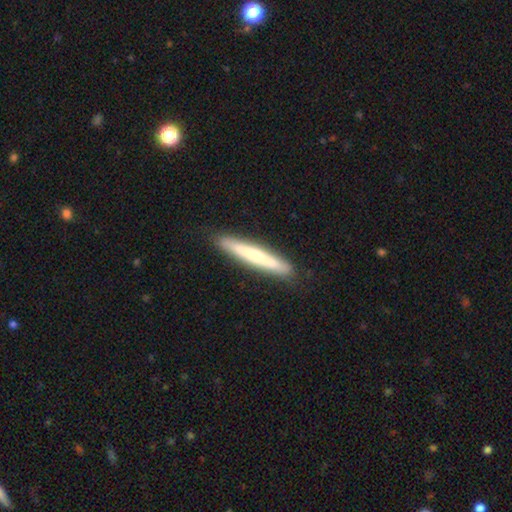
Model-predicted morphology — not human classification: smooth_or_featured: smooth (p=0.52) [alt: featured or disk p=0.42]
how_rounded: cigar-shaped (p=0.95) [alt: in between p=0.04]
merging: none (p=0.89) [alt: minor disturbance p=0.08]